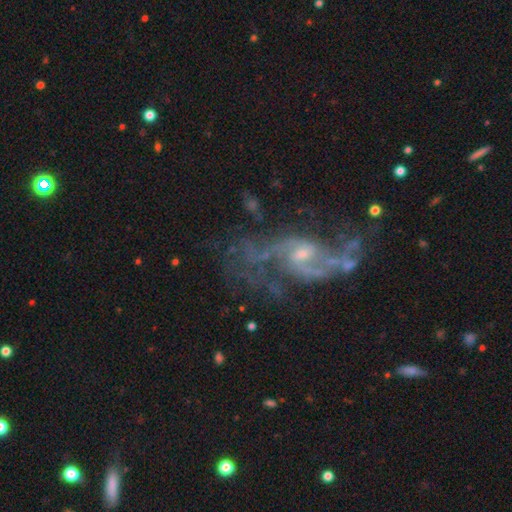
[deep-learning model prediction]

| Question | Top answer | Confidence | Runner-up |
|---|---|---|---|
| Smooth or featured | featured or disk | 85% | star or artifact (9%) |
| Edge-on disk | no | 96% | yes (4%) |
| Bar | weak | 52% | no (36%) |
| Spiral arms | yes | 91% | no (9%) |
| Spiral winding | loose | 54% | medium (35%) |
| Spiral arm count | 2 | 69% | can't tell (14%) |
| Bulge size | small | 56% | moderate (34%) |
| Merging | none | 46% | major disturbance (28%) |